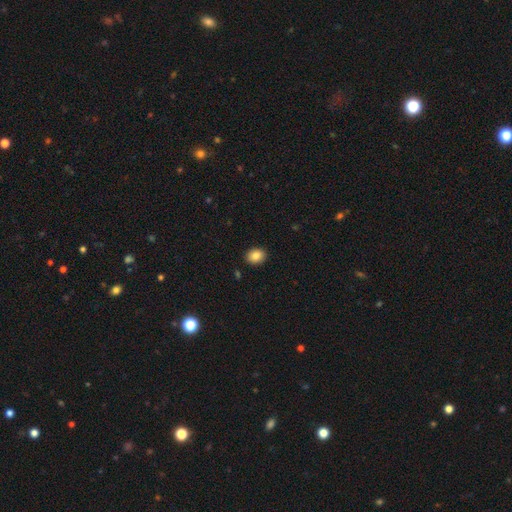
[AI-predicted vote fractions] Smooth or featured?
  - smooth: 85% *
  - star or artifact: 8%
  - featured or disk: 6%
How rounded?
  - in between: 56% *
  - round: 43%
  - cigar-shaped: 1%
Merging?
  - none: 90% *
  - minor disturbance: 7%
  - major disturbance: 2%
  - merger: 1%